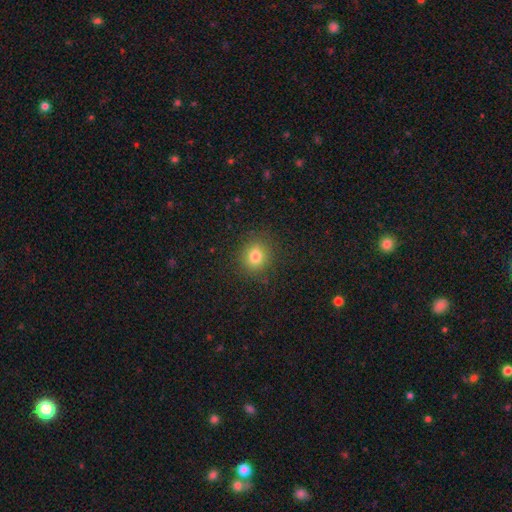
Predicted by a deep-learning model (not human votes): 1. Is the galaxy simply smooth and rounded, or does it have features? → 80% smooth, 13% star or artifact, 6% featured or disk.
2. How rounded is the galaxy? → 78% round, 21% in between, 1% cigar-shaped.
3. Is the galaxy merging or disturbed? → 88% none, 8% minor disturbance, 3% major disturbance, 1% merger.